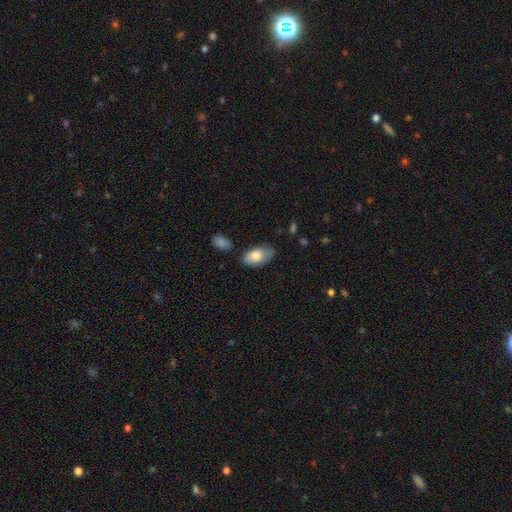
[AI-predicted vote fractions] Morphology: type=smooth (79%); roundness=in between (94%); merging=none (68%).